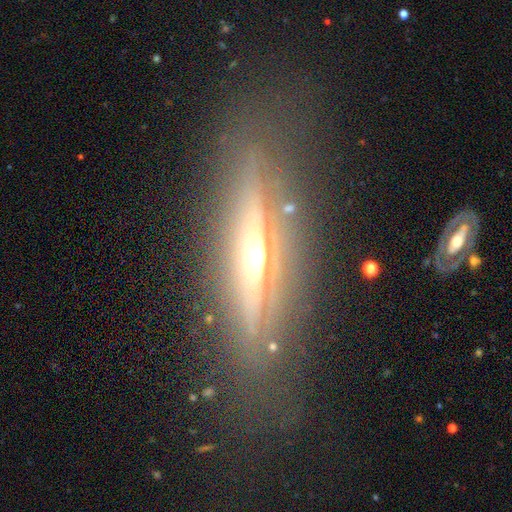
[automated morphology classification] type=featured or disk (73%); edge-on=yes (89%); edge-on bulge=rounded (88%); merging=none (74%).